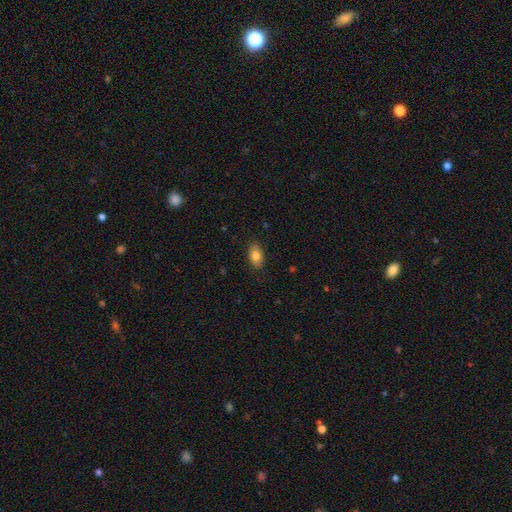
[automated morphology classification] A smooth galaxy with no disk features (83%) that is in between round and cigar-shaped (90%). Merging: none (87%).